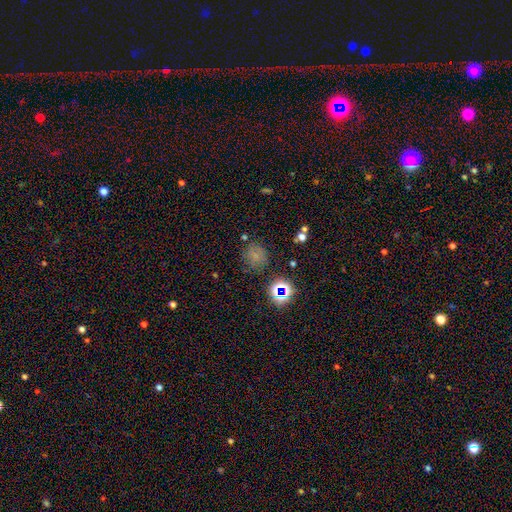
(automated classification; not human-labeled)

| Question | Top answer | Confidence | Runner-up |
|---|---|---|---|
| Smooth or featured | smooth | 59% | star or artifact (28%) |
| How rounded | round | 80% | in between (19%) |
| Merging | none | 74% | minor disturbance (16%) |